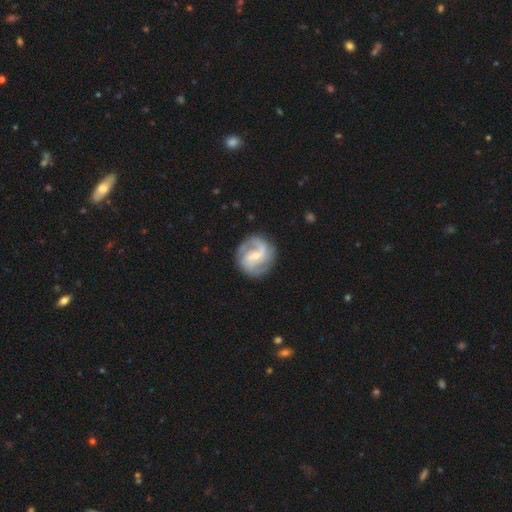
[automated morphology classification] A featured or disk galaxy (87%) with a weak bar (48%), 2 (62%) medium (49%) spiral arms (97%) and a small central bulge (64%). Merging: none (80%).